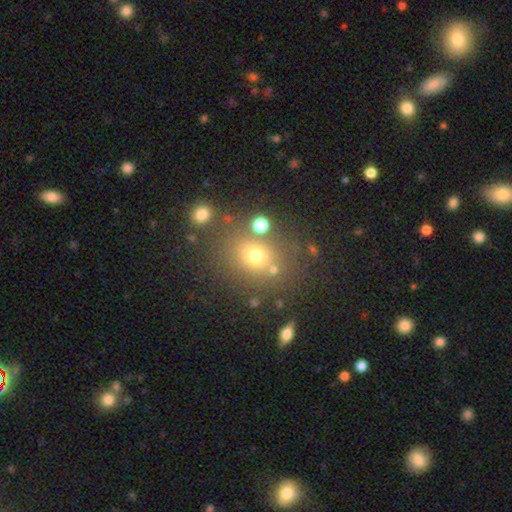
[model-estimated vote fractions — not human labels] smooth-or-featured: smooth: 67% | star or artifact: 20% | featured or disk: 13%
  how-rounded: round: 59% | in between: 40% | cigar-shaped: 1%
  merging: none: 73% | minor disturbance: 12% | merger: 10% | major disturbance: 6%